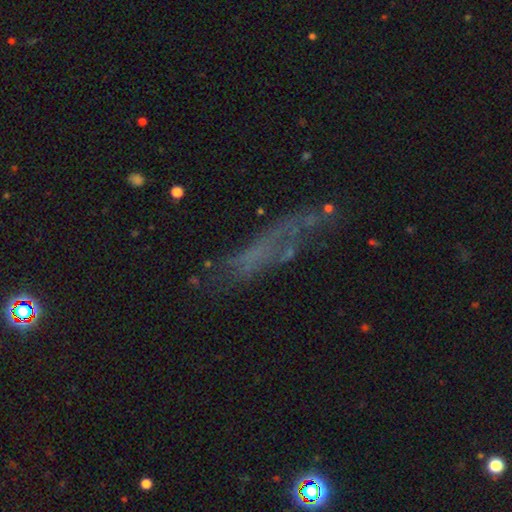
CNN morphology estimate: type=featured or disk (42%); merging=none (54%).